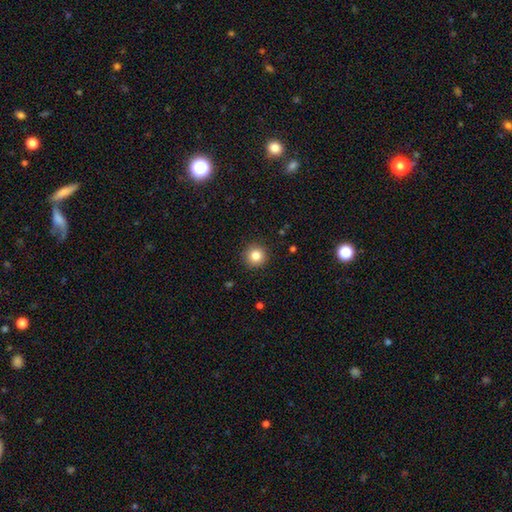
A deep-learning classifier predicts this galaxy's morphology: A smooth galaxy with no disk features (83%) that is round (95%).

Vote fractions:
- Smooth or featured? smooth: 83% / star or artifact: 11% / featured or disk: 6%
- How rounded? round: 95% / in between: 4% / cigar-shaped: 1%
- Merging? none: 92% / minor disturbance: 5% / major disturbance: 2% / merger: 1%